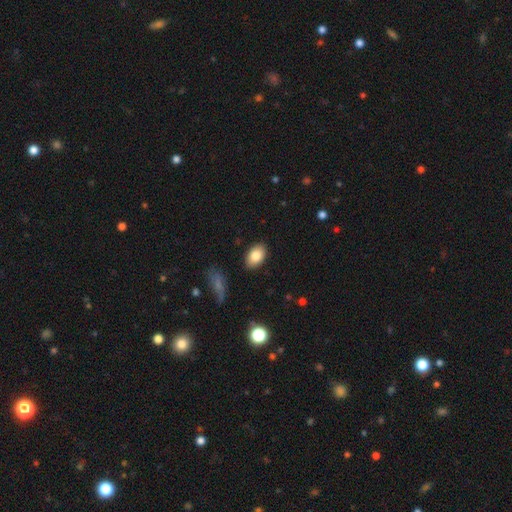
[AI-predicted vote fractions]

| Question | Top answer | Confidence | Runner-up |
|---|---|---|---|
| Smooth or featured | smooth | 83% | featured or disk (10%) |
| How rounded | in between | 88% | round (10%) |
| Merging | none | 88% | minor disturbance (9%) |